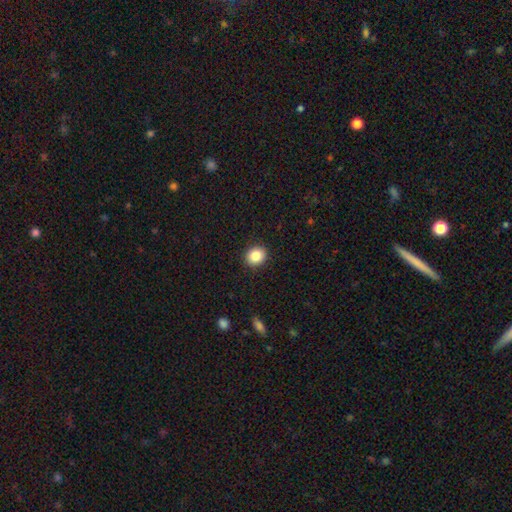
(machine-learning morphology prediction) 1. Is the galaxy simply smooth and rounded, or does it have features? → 85% smooth, 10% star or artifact, 5% featured or disk.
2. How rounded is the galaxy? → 77% round, 22% in between, 1% cigar-shaped.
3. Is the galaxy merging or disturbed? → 91% none, 6% minor disturbance, 2% major disturbance, 1% merger.